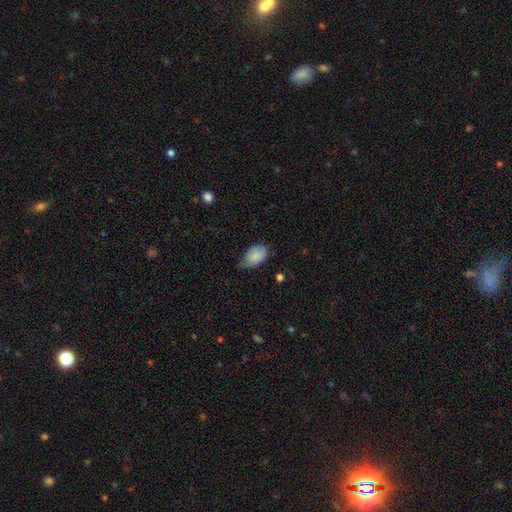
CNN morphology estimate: smooth 82%, featured or disk 11%, star or artifact 7%. Down the decision tree: how rounded — in between (89%); merging — minor disturbance (45%).